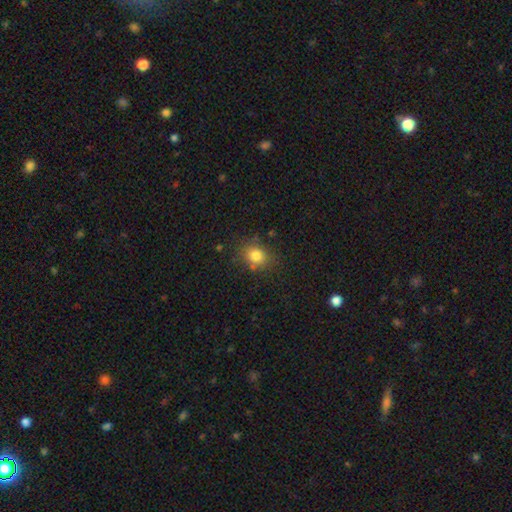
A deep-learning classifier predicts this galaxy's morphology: This is clearly a smooth galaxy (81%). How rounded: likely round (64%). Merging: likely none (77%).